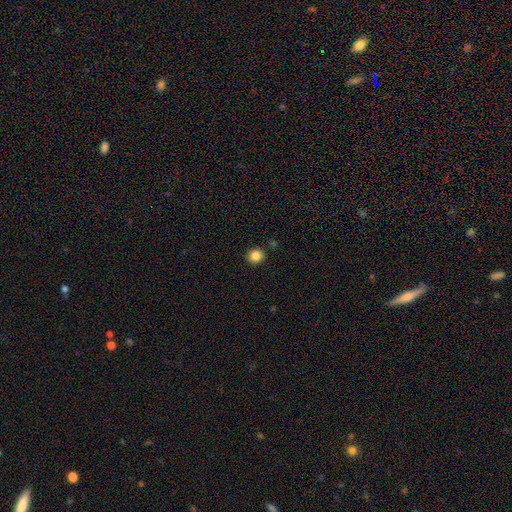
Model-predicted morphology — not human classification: smooth 85%, star or artifact 11%, featured or disk 4%. Down the decision tree: how rounded — round (90%); merging — none (90%).